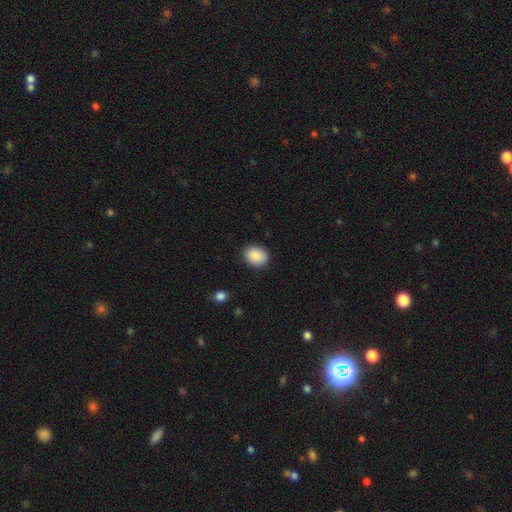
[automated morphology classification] Overall: smooth (88%). How rounded: round (52%; in between 47%). Merging: none (87%).